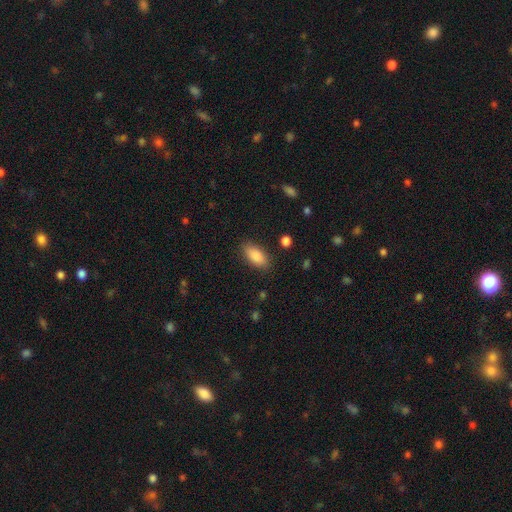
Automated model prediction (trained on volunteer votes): Smooth or featured? smooth (87%)
How rounded? in between (88%)
Merging? none (86%)